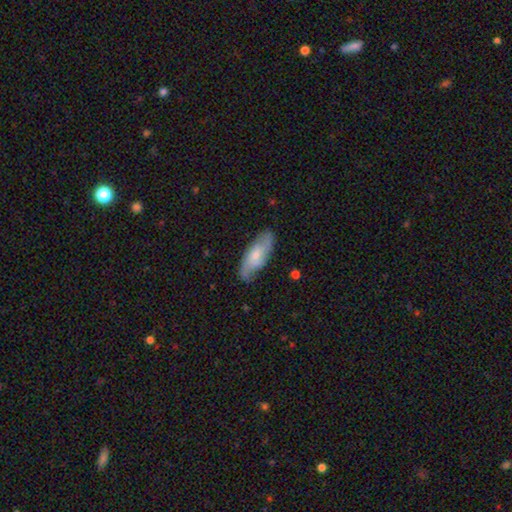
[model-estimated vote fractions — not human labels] This is possibly a smooth galaxy (50%). Merging: likely none (76%).